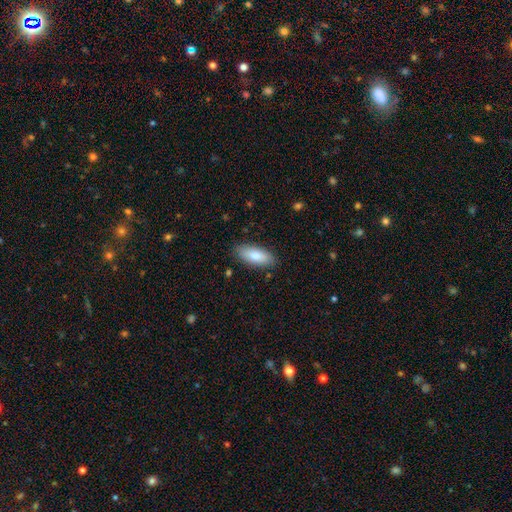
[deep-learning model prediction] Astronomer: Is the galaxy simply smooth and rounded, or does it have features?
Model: smooth — 84%.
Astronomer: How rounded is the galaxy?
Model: in between — 81%.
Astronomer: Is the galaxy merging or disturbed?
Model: none — 86%.